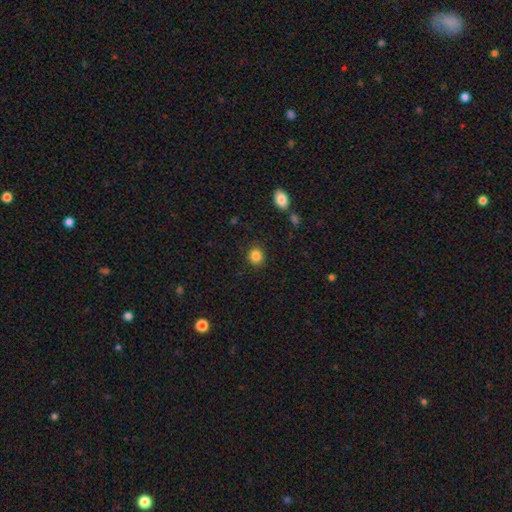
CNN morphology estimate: Overall: smooth (86%). How rounded: round (81%). Merging: none (89%).